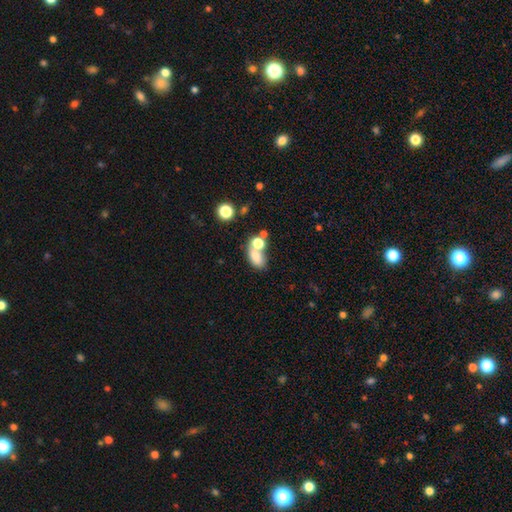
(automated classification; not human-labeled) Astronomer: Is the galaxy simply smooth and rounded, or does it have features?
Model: smooth — 71%.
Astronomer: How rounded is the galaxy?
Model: in between — 79%.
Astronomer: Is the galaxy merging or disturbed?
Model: merger — 45% (runner-up: none, 36%).